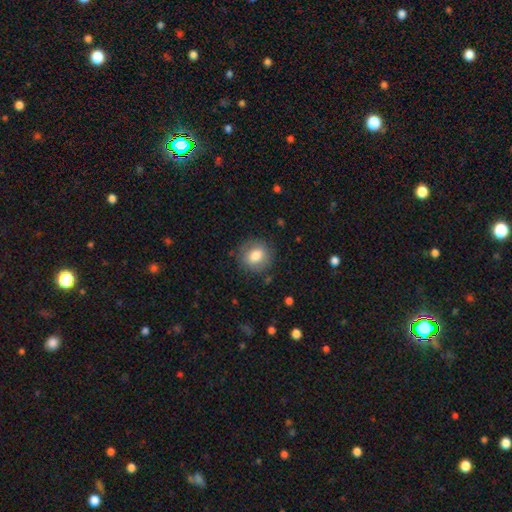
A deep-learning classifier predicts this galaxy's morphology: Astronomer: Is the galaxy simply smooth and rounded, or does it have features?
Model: smooth — 79%.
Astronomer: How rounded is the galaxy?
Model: round — 78%.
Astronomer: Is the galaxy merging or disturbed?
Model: none — 85%.